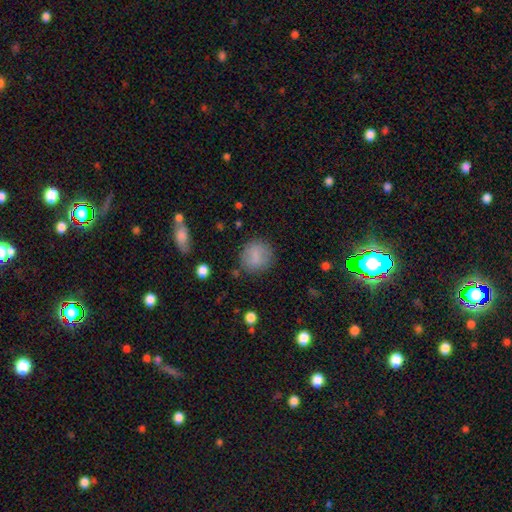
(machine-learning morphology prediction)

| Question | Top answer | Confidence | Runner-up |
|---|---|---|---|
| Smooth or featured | smooth | 79% | featured or disk (12%) |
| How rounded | round | 82% | in between (17%) |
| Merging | none | 80% | minor disturbance (13%) |